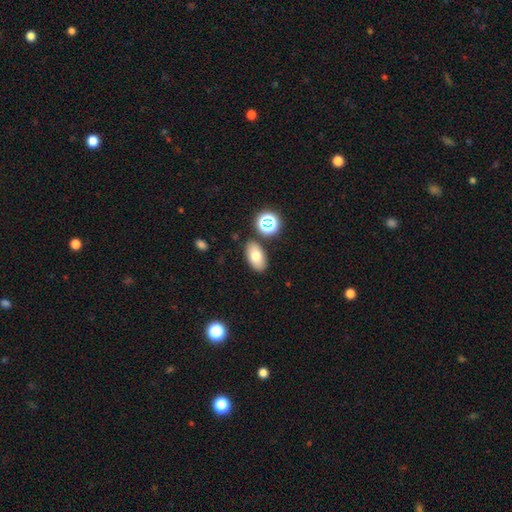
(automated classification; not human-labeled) Overall: smooth (75%). How rounded: in between (91%). Merging: none (83%).